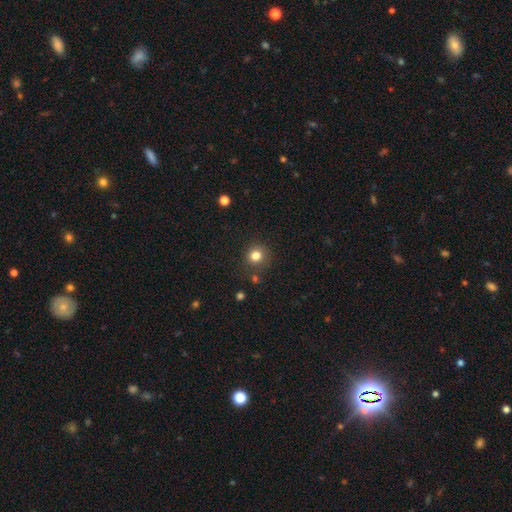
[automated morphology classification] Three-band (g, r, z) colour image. It shows a smooth galaxy with no disk features (81%) that is round (91%). Merging: none (83%).